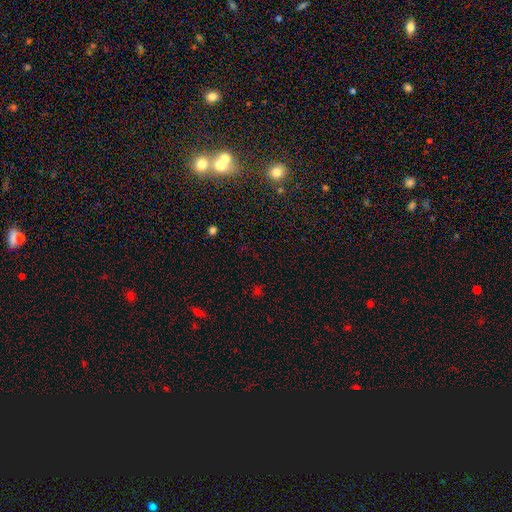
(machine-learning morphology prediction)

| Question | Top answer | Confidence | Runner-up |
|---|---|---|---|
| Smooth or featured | star or artifact | 63% | smooth (29%) |